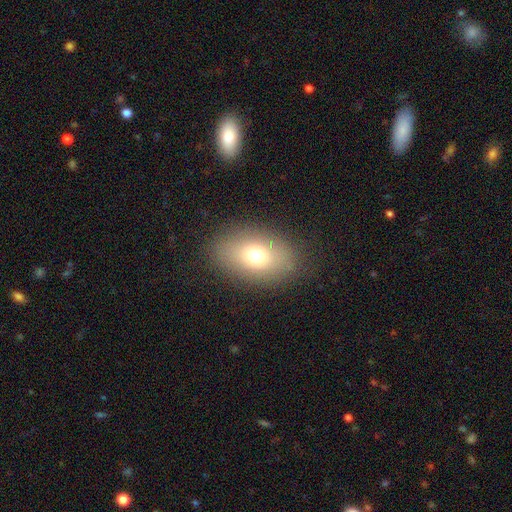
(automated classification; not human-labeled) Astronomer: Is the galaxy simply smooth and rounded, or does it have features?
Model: smooth — 71%.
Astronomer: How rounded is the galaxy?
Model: in between — 80%.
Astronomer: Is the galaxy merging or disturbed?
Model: none — 84%.